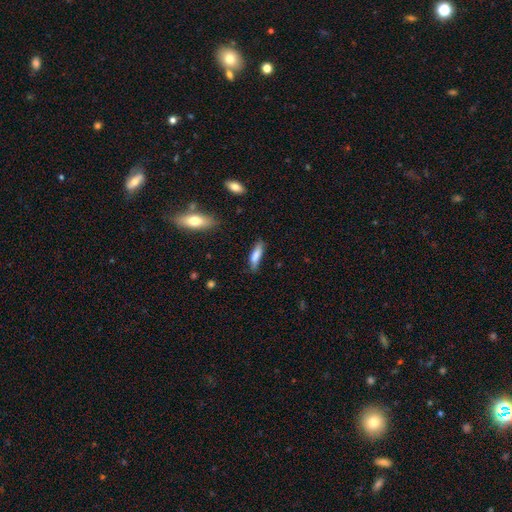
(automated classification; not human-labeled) A smooth galaxy with no disk features (80%) that is cigar-shaped (64%). Merging: none (73%).